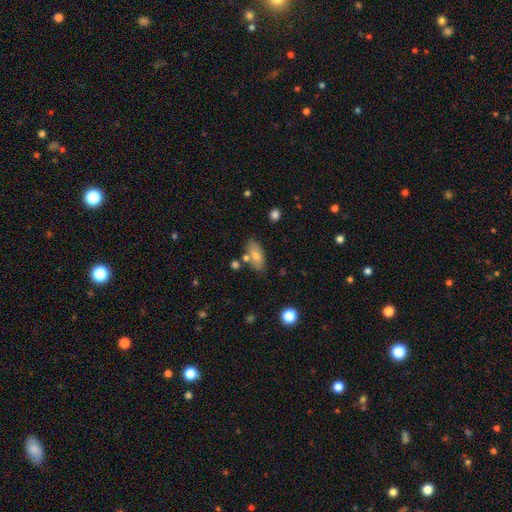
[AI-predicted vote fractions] A smooth galaxy with no disk features (77%) that is in between round and cigar-shaped (86%). Merging: none (71%).